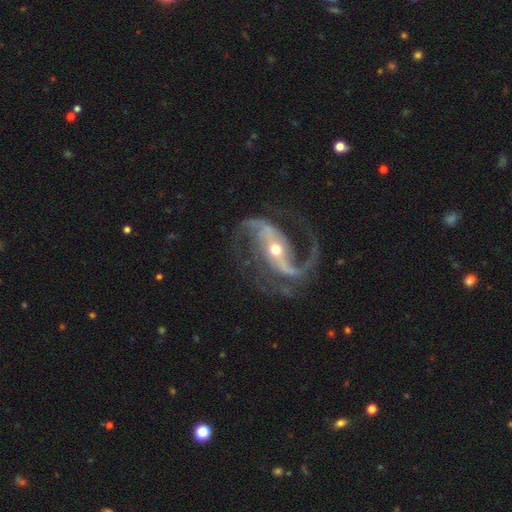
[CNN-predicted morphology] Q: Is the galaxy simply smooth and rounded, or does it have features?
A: featured or disk — 92%.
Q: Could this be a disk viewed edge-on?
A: no — 97%.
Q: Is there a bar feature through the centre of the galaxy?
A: strong — 52%.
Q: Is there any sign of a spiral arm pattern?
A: yes — 98%.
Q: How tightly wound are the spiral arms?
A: medium — 51%.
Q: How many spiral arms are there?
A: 2 — 90%.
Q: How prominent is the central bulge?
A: small — 53%.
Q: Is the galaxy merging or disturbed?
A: none — 73%.